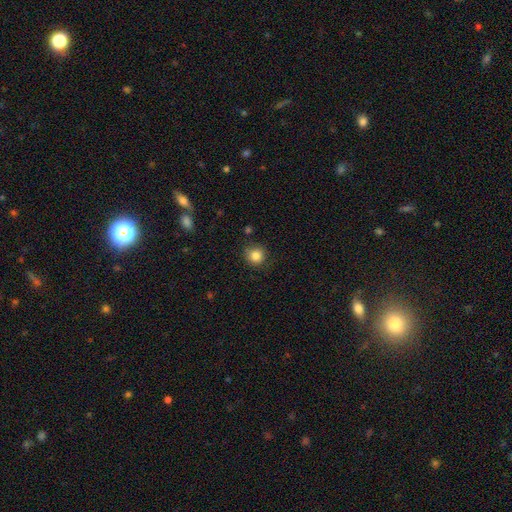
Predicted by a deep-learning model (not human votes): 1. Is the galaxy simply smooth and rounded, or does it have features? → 84% smooth, 11% star or artifact, 5% featured or disk.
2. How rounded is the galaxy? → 91% round, 8% in between, 1% cigar-shaped.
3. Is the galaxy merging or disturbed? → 79% none, 15% minor disturbance, 4% major disturbance, 2% merger.